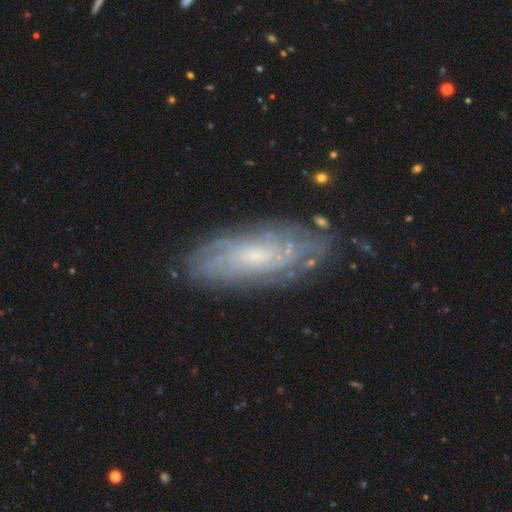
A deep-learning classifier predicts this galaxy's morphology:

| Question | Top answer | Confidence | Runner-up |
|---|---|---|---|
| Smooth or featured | featured or disk | 74% | smooth (19%) |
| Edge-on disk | no | 87% | yes (13%) |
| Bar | no | 67% | weak (28%) |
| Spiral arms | yes | 87% | no (13%) |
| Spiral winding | tight | 67% | medium (25%) |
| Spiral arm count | can't tell | 62% | 2 (10%) |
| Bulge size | small | 62% | moderate (27%) |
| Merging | none | 79% | minor disturbance (15%) |